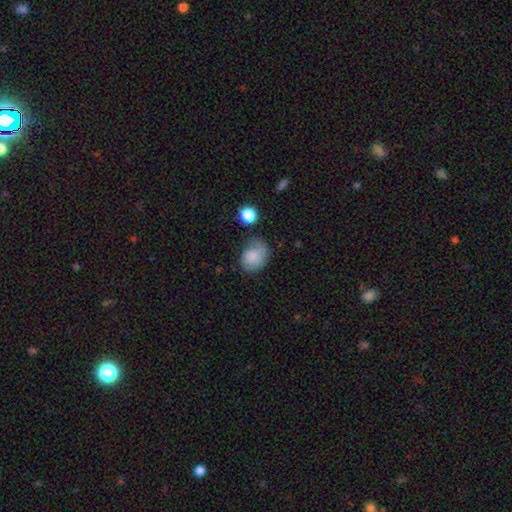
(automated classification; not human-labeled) This is likely a smooth galaxy (80%). How rounded: possibly in between (56%). Merging: possibly none (55%).